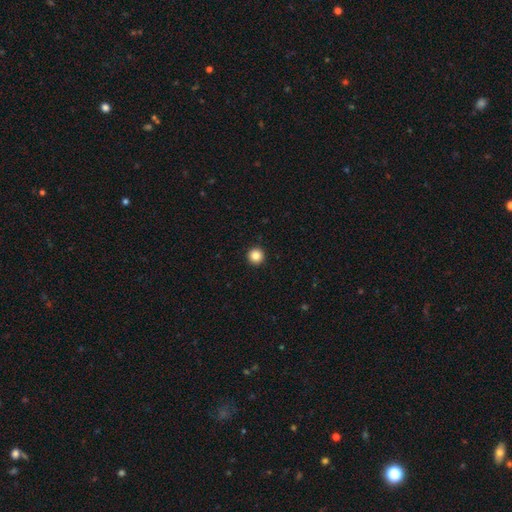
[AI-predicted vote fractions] Overall: smooth (86%). How rounded: round (96%). Merging: none (94%).